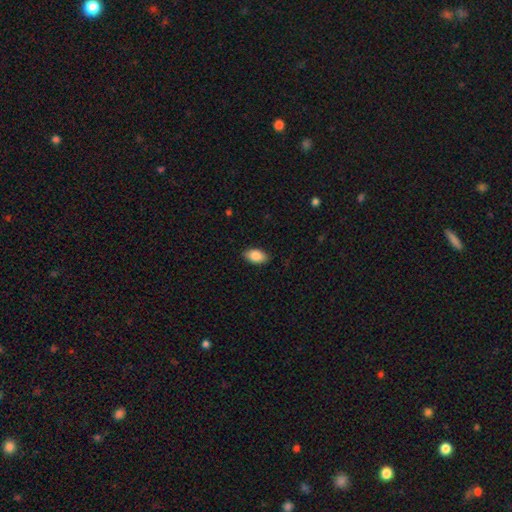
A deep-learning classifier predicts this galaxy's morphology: Overall: smooth (88%). How rounded: in between (93%). Merging: none (87%).